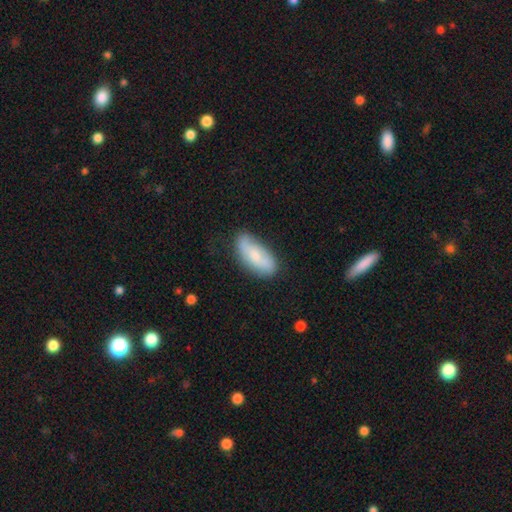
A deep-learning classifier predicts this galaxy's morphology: smooth 65%, featured or disk 28%, star or artifact 6%. Down the decision tree: how rounded — in between (81%); merging — none (69%).